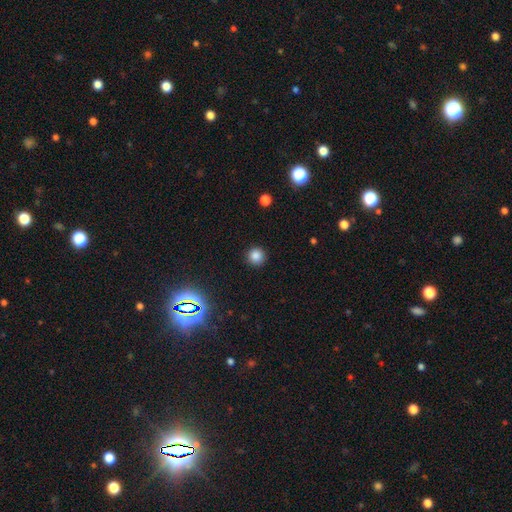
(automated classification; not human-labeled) Smooth or featured? Predicted: smooth (p=0.83). How rounded? Predicted: round (p=0.95). Merging? Predicted: none (p=0.92).